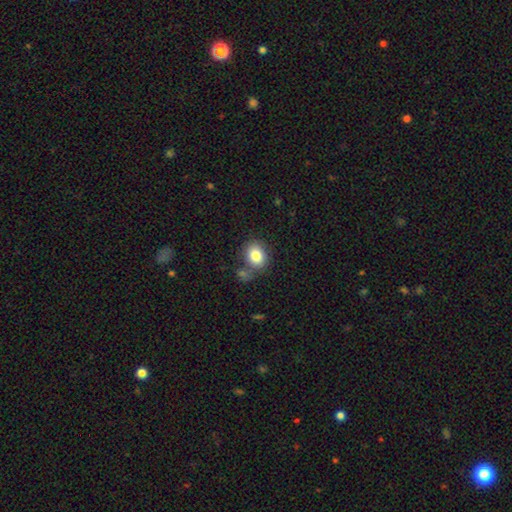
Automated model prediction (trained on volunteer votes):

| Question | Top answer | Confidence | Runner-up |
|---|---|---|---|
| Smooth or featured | smooth | 82% | featured or disk (9%) |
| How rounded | round | 51% | in between (49%) |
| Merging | none | 66% | minor disturbance (15%) |